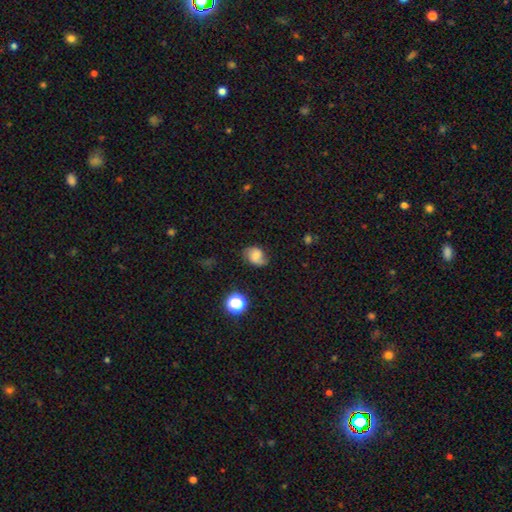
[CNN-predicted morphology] type=smooth (49%); merging=none (64%).